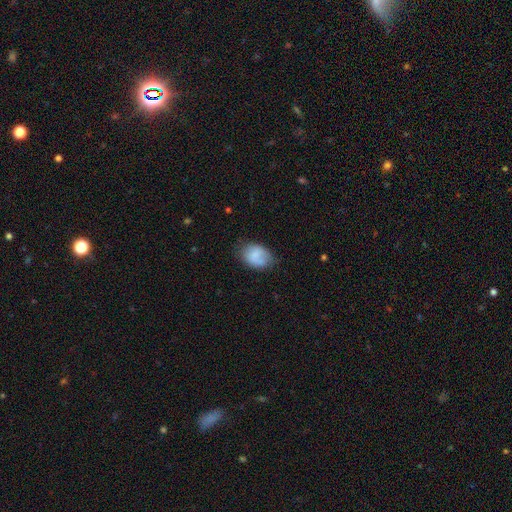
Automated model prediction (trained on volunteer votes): Smooth or featured? smooth (80%)
How rounded? in between (71%)
Merging? none (61%)